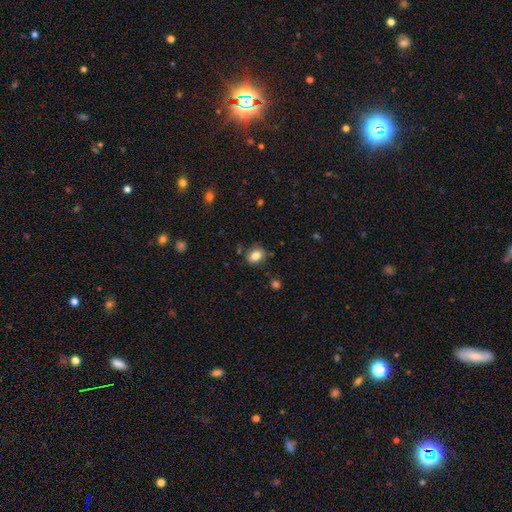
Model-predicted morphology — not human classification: Smooth or featured? smooth (83%)
How rounded? in between (69%)
Merging? none (76%)